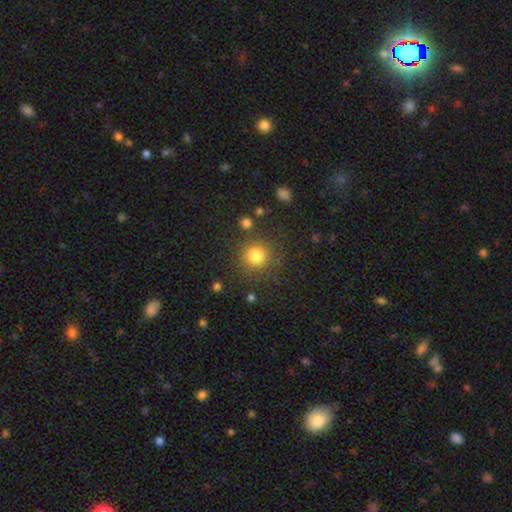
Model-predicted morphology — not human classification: smooth_or_featured: smooth (p=0.81) [alt: star or artifact p=0.13]
how_rounded: round (p=0.93) [alt: in between p=0.06]
merging: none (p=0.83) [alt: minor disturbance p=0.09]